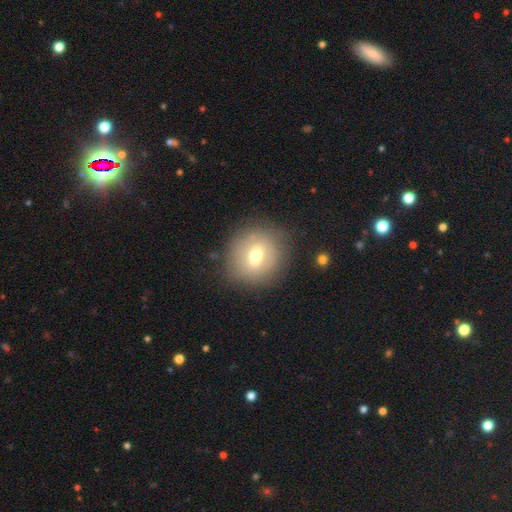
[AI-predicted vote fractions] A smooth galaxy with no disk features (58%) that is round (84%). Merging: none (81%).